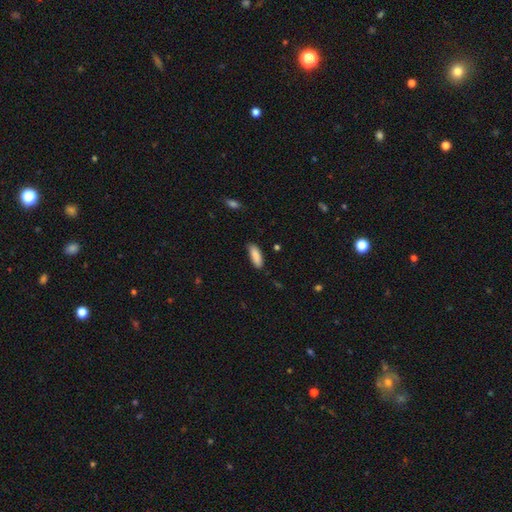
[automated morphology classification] smooth_or_featured: smooth (p=0.88) [alt: star or artifact p=0.07]
how_rounded: in between (p=0.67) [alt: cigar-shaped p=0.32]
merging: none (p=0.80) [alt: minor disturbance p=0.16]